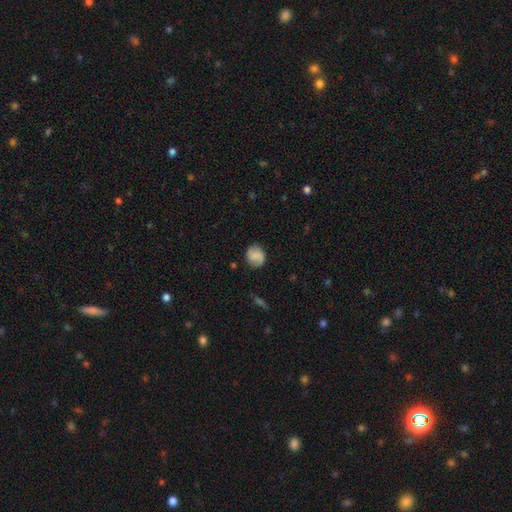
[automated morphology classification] Smooth or featured: smooth — 69% (featured or disk — 23%)
How rounded: round — 77% (in between — 22%)
Merging: none — 81% (minor disturbance — 14%)